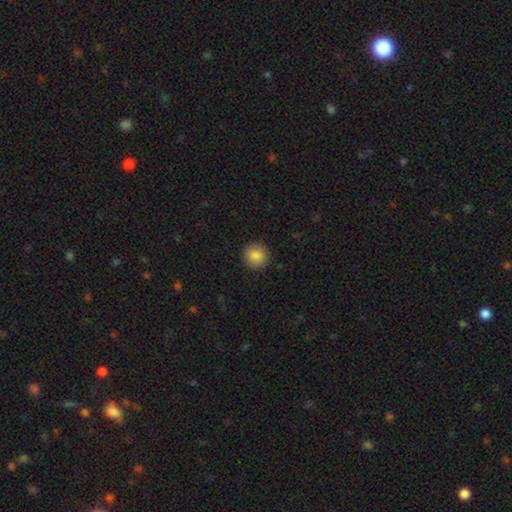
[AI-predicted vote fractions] smooth 86%, star or artifact 9%, featured or disk 5%. Down the decision tree: how rounded — round (93%); merging — none (91%).